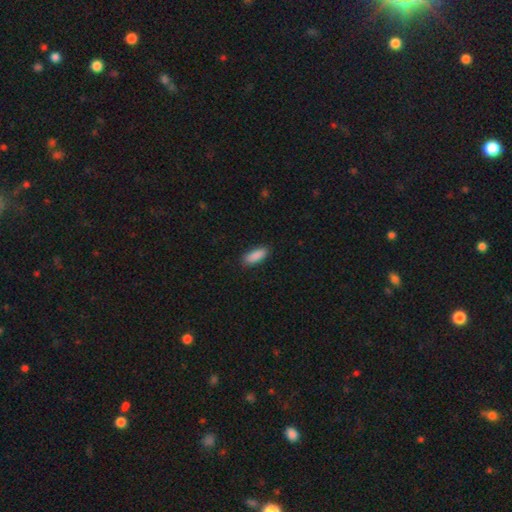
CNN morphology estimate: Overall: smooth (90%). How rounded: in between (72%). Merging: none (88%).